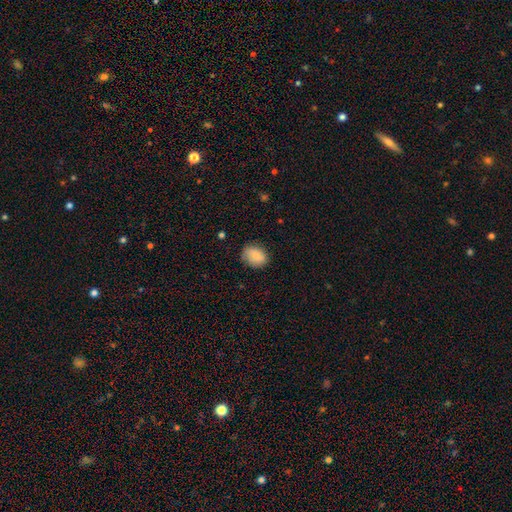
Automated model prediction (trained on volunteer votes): smooth-or-featured: smooth: 77% | featured or disk: 15% | star or artifact: 8%
  how-rounded: round: 50% | in between: 49% | cigar-shaped: 1%
  merging: none: 75% | minor disturbance: 20% | major disturbance: 4% | merger: 1%